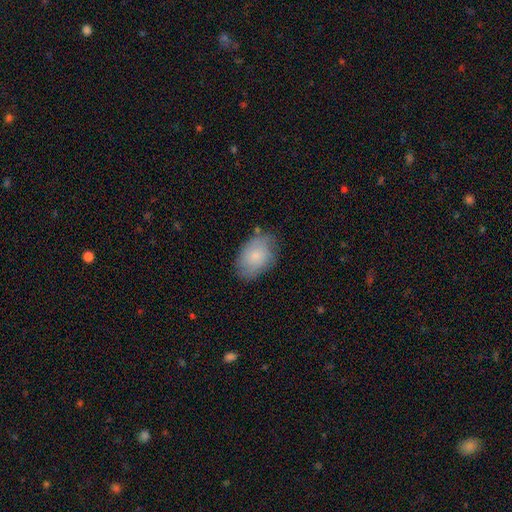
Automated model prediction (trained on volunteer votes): A smooth galaxy with no disk features (76%) that is in between round and cigar-shaped (86%). Merging: none (71%).